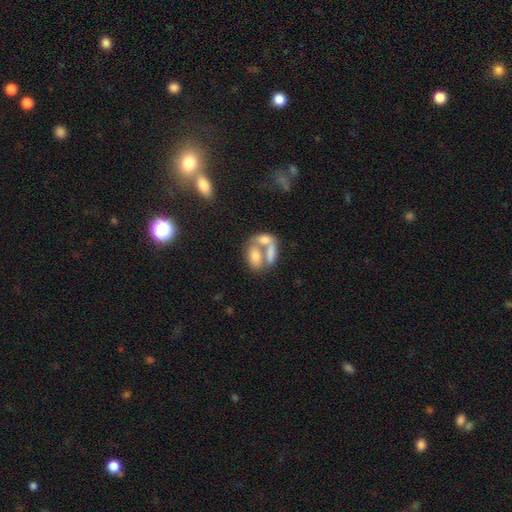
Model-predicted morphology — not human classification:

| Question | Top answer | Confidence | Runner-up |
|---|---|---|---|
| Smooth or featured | smooth | 56% | featured or disk (30%) |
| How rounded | in between | 82% | round (14%) |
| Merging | merger | 62% | none (21%) |